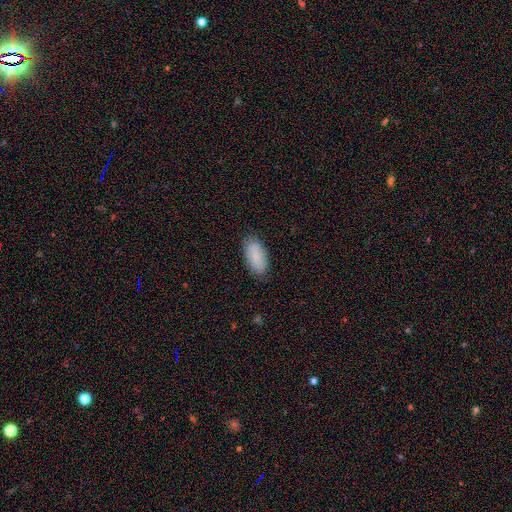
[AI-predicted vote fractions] smooth_or_featured: smooth (p=0.85) [alt: featured or disk p=0.08]
how_rounded: in between (p=0.93) [alt: cigar-shaped p=0.05]
merging: none (p=0.86) [alt: minor disturbance p=0.11]